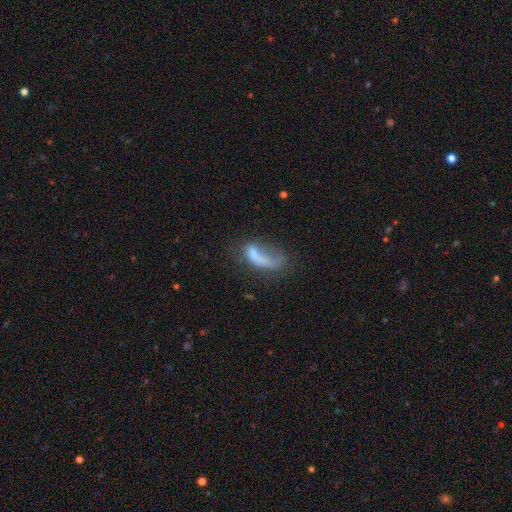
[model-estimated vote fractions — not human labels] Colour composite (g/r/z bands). It shows a smooth galaxy with no disk features (53%) that is in between round and cigar-shaped (76%). Merging: major disturbance (43%).